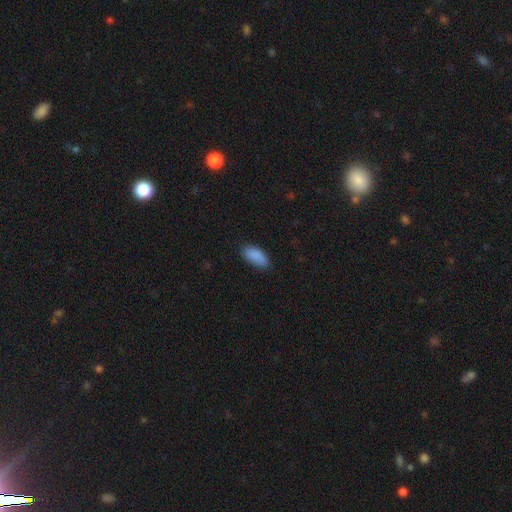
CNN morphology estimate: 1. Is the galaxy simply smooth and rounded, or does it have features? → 89% smooth, 7% star or artifact, 4% featured or disk.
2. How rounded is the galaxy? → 90% in between, 8% cigar-shaped, 2% round.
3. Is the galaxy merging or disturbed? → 80% none, 16% minor disturbance, 3% major disturbance, 1% merger.